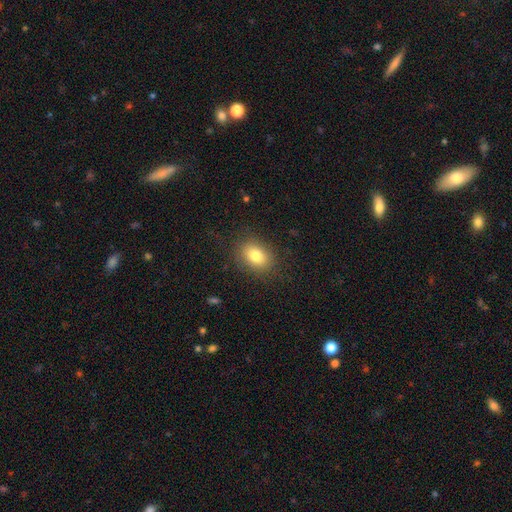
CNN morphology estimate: Smooth or featured?
  - smooth: 80% *
  - featured or disk: 10%
  - star or artifact: 10%
How rounded?
  - in between: 70% *
  - round: 29%
  - cigar-shaped: 1%
Merging?
  - none: 84% *
  - minor disturbance: 11%
  - major disturbance: 4%
  - merger: 1%